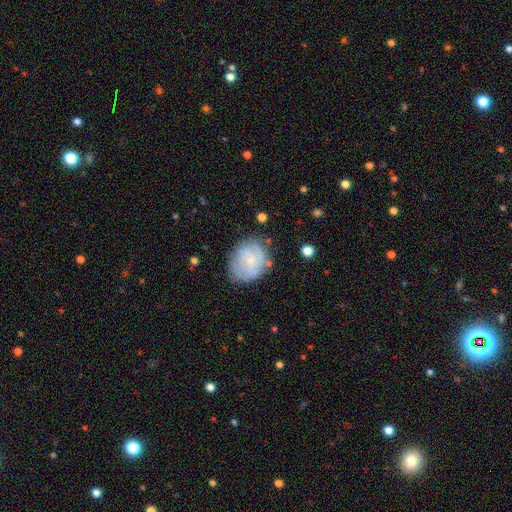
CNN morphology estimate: Q: Smooth or featured?
A: featured or disk (53%); runner-up: smooth (40%)
Q: Edge-on disk?
A: no (97%); runner-up: yes (3%)
Q: Bar?
A: no (80%); runner-up: weak (17%)
Q: Spiral arms?
A: yes (63%); runner-up: no (37%)
Q: Bulge size?
A: small (75%); runner-up: moderate (19%)
Q: Merging?
A: none (69%); runner-up: minor disturbance (21%)